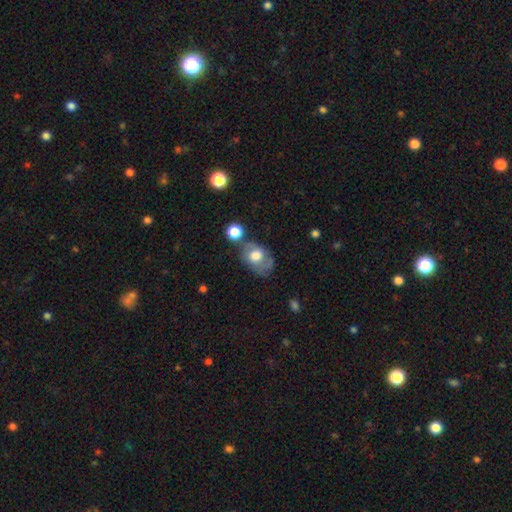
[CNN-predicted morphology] A smooth galaxy with no disk features (54%) that is in between round and cigar-shaped (72%).

Vote fractions:
- Smooth or featured? smooth: 54% / featured or disk: 38% / star or artifact: 8%
- How rounded? in between: 72% / round: 27% / cigar-shaped: 1%
- Merging? none: 40% / minor disturbance: 27% / major disturbance: 18% / merger: 15%